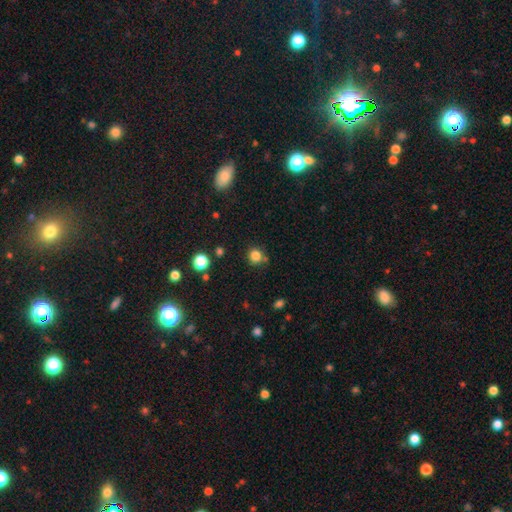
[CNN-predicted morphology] The model was most divided on "merging": none: 79%, minor disturbance: 11%, merger: 8%, major disturbance: 3%. More confident: how rounded — round (90%); smooth or featured — smooth (82%).